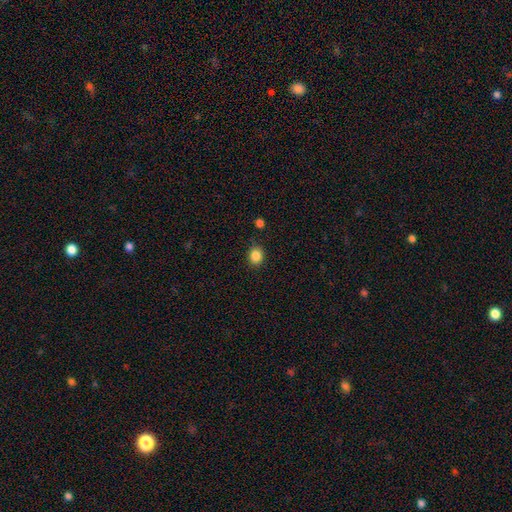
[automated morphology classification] This is clearly a smooth galaxy (86%). How rounded: likely round (67%). Merging: clearly none (86%).